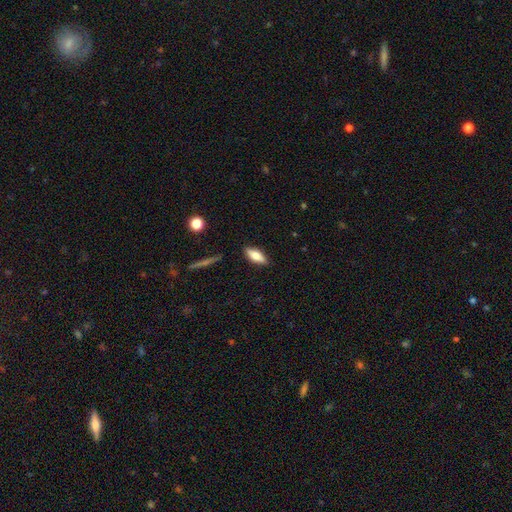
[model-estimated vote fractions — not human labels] Smooth or featured?
  - smooth: 68% *
  - featured or disk: 25%
  - star or artifact: 7%
How rounded?
  - in between: 66% *
  - cigar-shaped: 31%
  - round: 3%
Merging?
  - none: 86% *
  - minor disturbance: 10%
  - major disturbance: 2%
  - merger: 1%